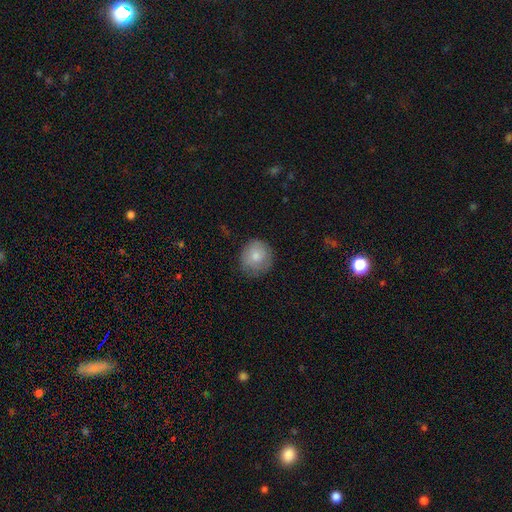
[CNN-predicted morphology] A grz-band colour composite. It shows a smooth galaxy with no disk features (80%) that is round (87%). Merging: none (76%).